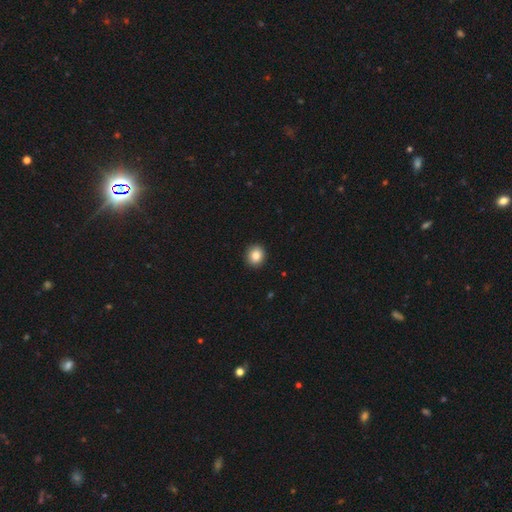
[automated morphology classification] Smooth or featured? smooth (85%)
How rounded? round (84%)
Merging? none (93%)